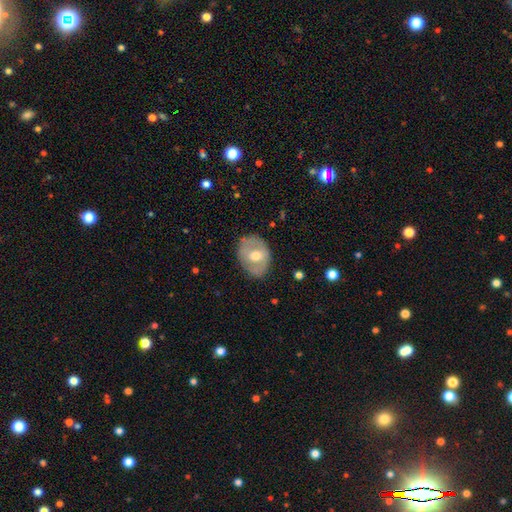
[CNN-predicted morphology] smooth-or-featured: featured or disk: 48% | smooth: 46% | star or artifact: 6%
  merging: none: 79% | minor disturbance: 15% | major disturbance: 5% | merger: 1%